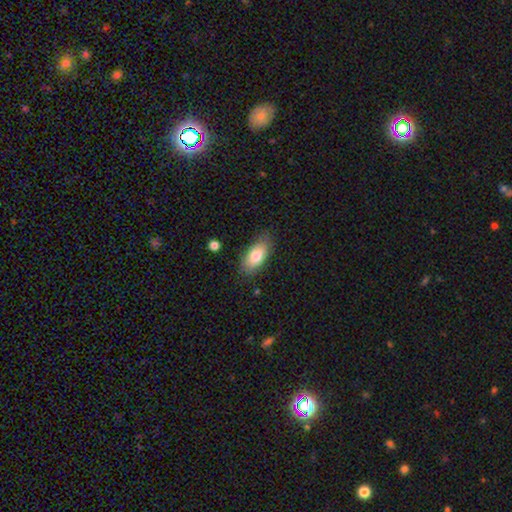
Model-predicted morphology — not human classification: smooth-or-featured: smooth: 78% | featured or disk: 15% | star or artifact: 7%
  how-rounded: in between: 89% | cigar-shaped: 7% | round: 4%
  merging: none: 78% | minor disturbance: 17% | major disturbance: 3% | merger: 2%